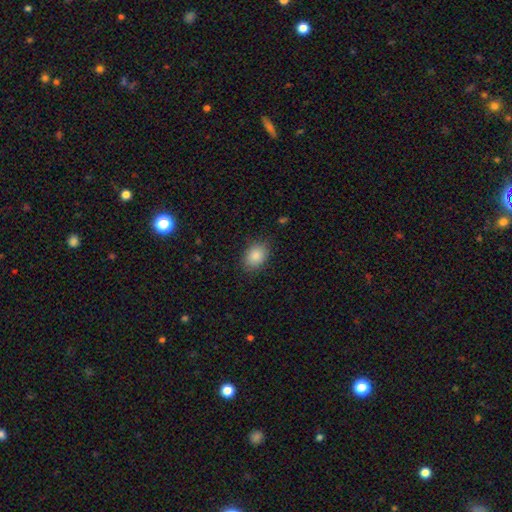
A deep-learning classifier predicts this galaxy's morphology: Smooth or featured? smooth (87%)
How rounded? in between (71%)
Merging? none (82%)